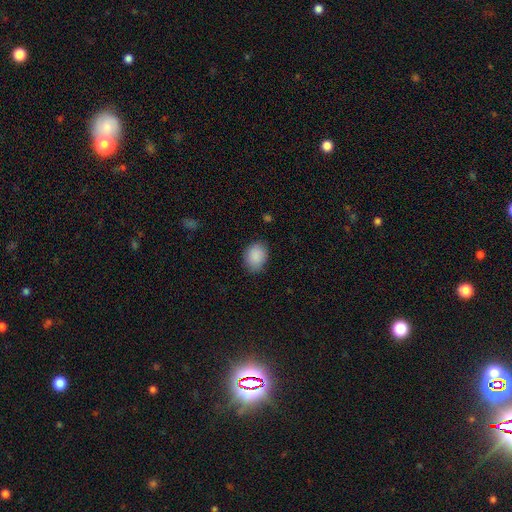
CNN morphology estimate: Smooth or featured?
  - smooth: 89% *
  - star or artifact: 7%
  - featured or disk: 4%
How rounded?
  - in between: 56% *
  - round: 43%
  - cigar-shaped: 1%
Merging?
  - none: 81% *
  - minor disturbance: 14%
  - major disturbance: 3%
  - merger: 1%